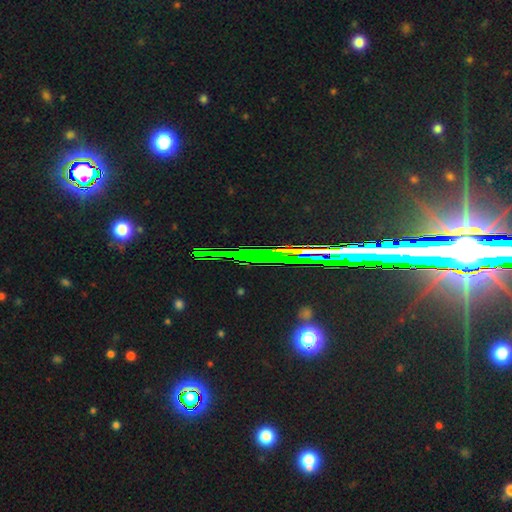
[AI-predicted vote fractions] A star or artifact, not a galaxy (75%).

Vote fractions:
- Smooth or featured? star or artifact: 75% / featured or disk: 13% / smooth: 12%